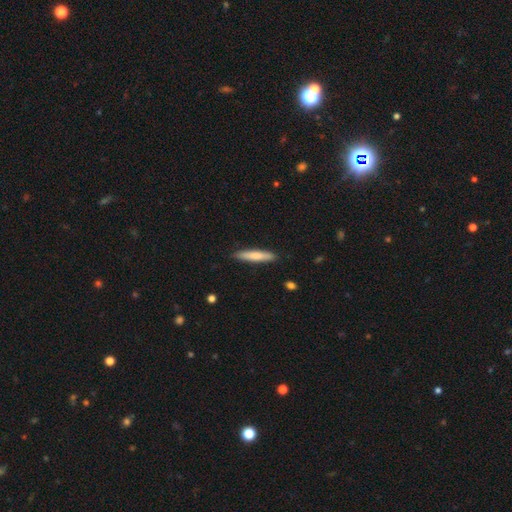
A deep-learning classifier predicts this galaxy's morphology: The model was most divided on "smooth or featured": smooth: 75%, featured or disk: 20%, star or artifact: 5%. More confident: how rounded — cigar-shaped (89%); merging — none (89%).